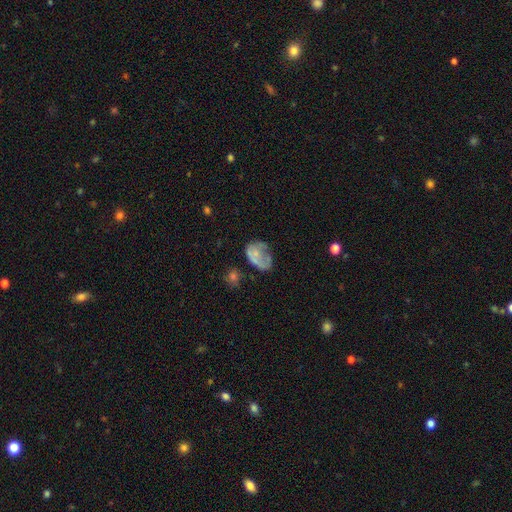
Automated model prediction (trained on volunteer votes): A smooth galaxy with no disk features (52%) that is in between round and cigar-shaped (77%).

Vote fractions:
- Smooth or featured? smooth: 52% / featured or disk: 37% / star or artifact: 10%
- How rounded? in between: 77% / round: 21% / cigar-shaped: 1%
- Merging? major disturbance: 34% / none: 30% / minor disturbance: 27% / merger: 9%